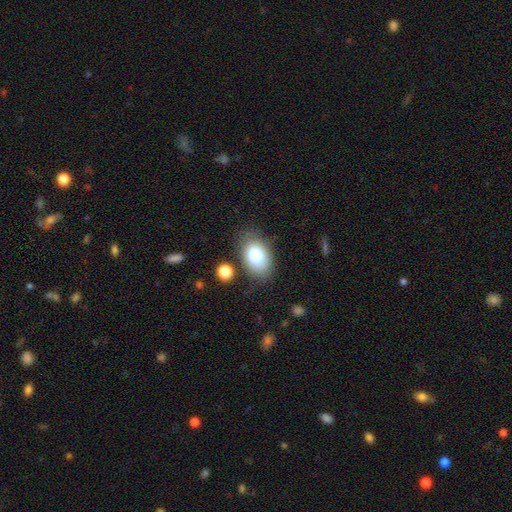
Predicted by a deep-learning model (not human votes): A smooth galaxy with no disk features (81%) that is in between round and cigar-shaped (89%). Merging: none (77%).